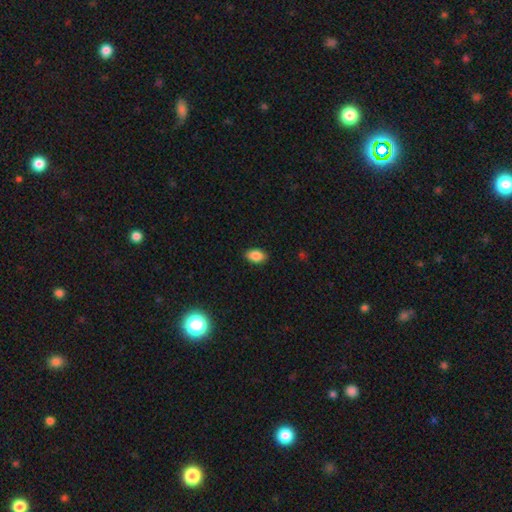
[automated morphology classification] A smooth galaxy with no disk features (88%) that is in between round and cigar-shaped (90%).

Vote fractions:
- Smooth or featured? smooth: 88% / star or artifact: 8% / featured or disk: 4%
- How rounded? in between: 90% / round: 8% / cigar-shaped: 2%
- Merging? none: 88% / minor disturbance: 9% / major disturbance: 2% / merger: 1%